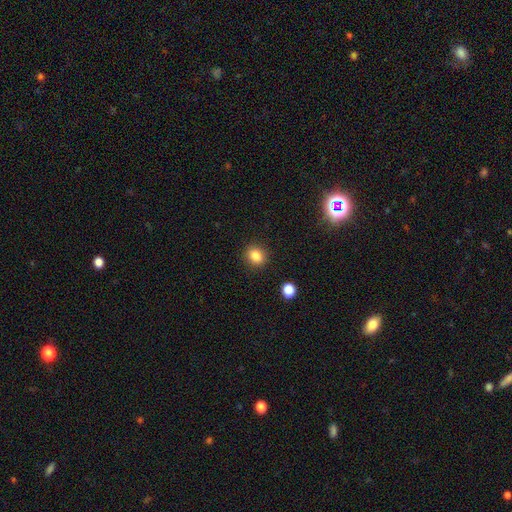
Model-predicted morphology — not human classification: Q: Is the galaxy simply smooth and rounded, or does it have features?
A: smooth — 84%.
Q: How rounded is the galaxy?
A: round — 67%.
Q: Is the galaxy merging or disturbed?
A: none — 89%.